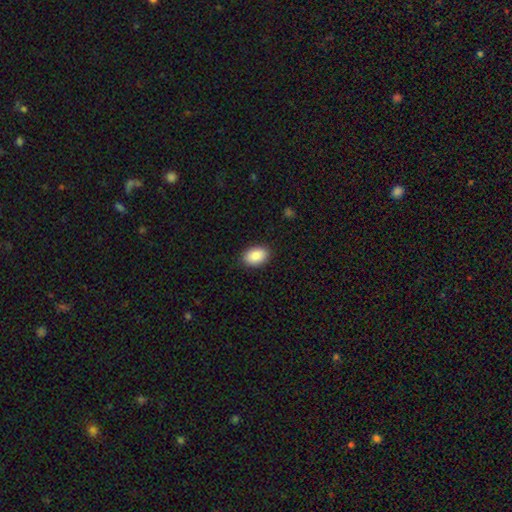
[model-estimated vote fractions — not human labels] The model was most divided on "how rounded": in between: 86%, round: 13%, cigar-shaped: 1%. More confident: merging — none (89%); smooth or featured — smooth (88%).